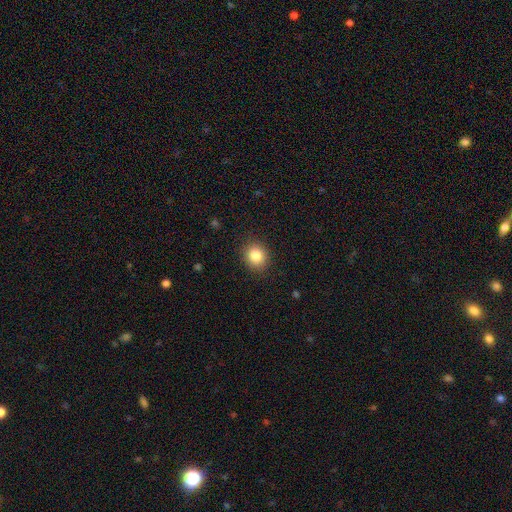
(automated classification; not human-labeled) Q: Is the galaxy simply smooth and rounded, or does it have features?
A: smooth — 83%.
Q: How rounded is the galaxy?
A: round — 77%.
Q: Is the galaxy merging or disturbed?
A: none — 89%.